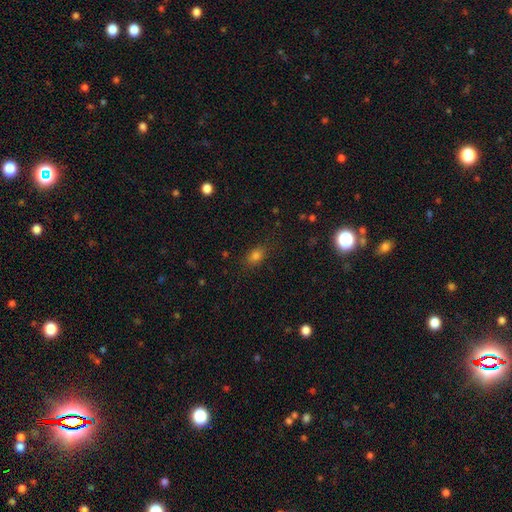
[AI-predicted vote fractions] A smooth galaxy with no disk features (75%) that is in between round and cigar-shaped (73%).

Vote fractions:
- Smooth or featured? smooth: 75% / star or artifact: 17% / featured or disk: 7%
- How rounded? in between: 73% / round: 24% / cigar-shaped: 3%
- Merging? none: 82% / minor disturbance: 13% / major disturbance: 4% / merger: 1%